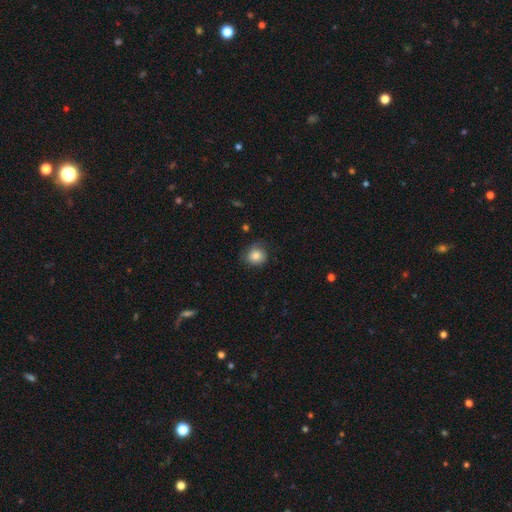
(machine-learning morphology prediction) Q: Smooth or featured?
A: smooth (83%); runner-up: star or artifact (9%)
Q: How rounded?
A: round (79%); runner-up: in between (20%)
Q: Merging?
A: none (66%); runner-up: minor disturbance (26%)